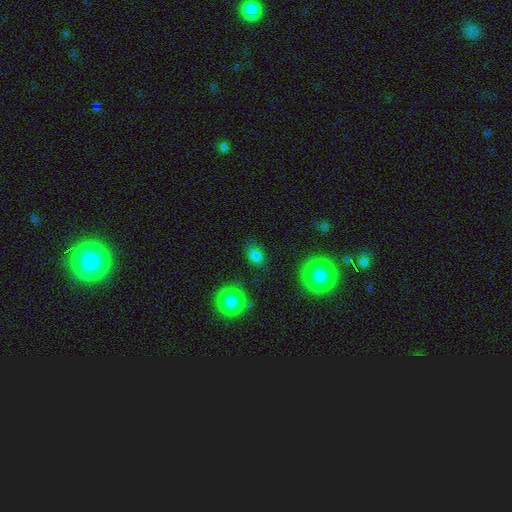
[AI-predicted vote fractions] A smooth galaxy with no disk features (80%) that is in between round and cigar-shaped (53%). Merging: none (78%).